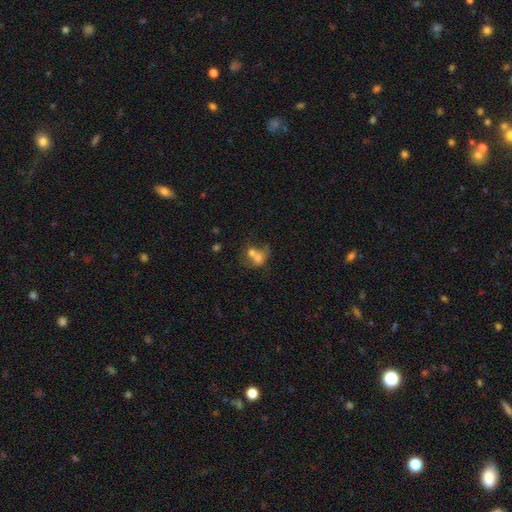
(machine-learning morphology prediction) A smooth galaxy with no disk features (63%) that is round (55%). Merging: merger (67%).